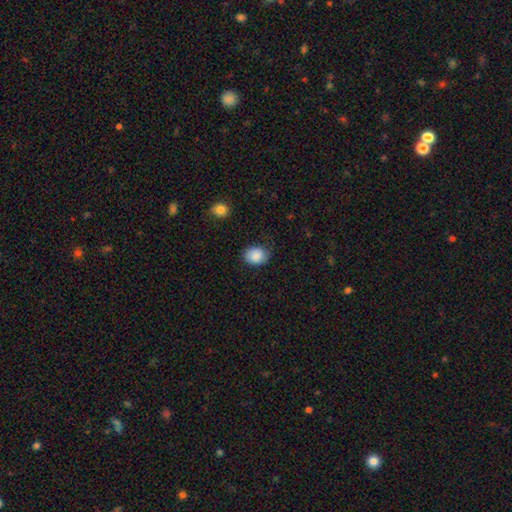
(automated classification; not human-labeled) Smooth or featured?
  - smooth: 87% *
  - star or artifact: 8%
  - featured or disk: 5%
How rounded?
  - in between: 51% *
  - round: 48%
  - cigar-shaped: 1%
Merging?
  - none: 73% *
  - minor disturbance: 21%
  - major disturbance: 5%
  - merger: 2%